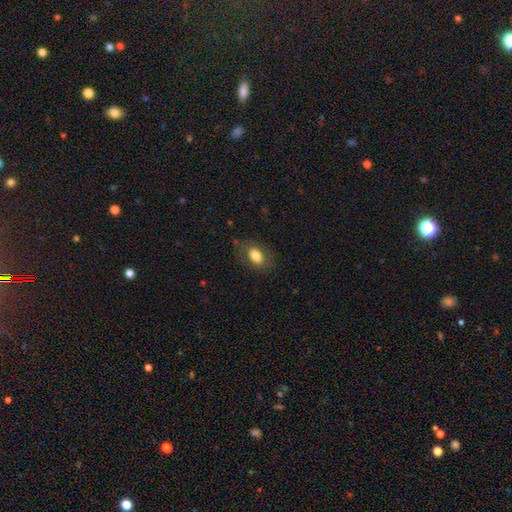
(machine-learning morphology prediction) type=smooth (79%); roundness=in between (84%); merging=none (77%).